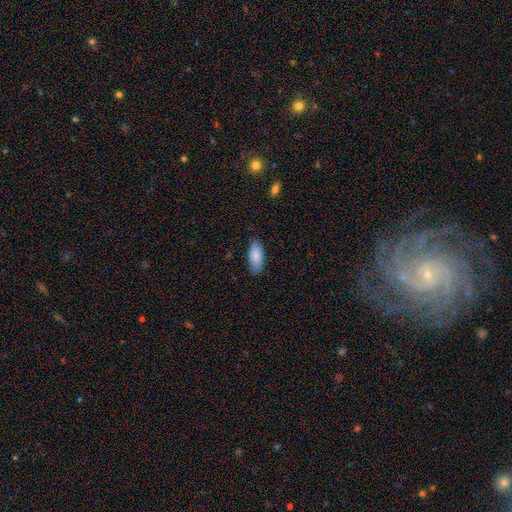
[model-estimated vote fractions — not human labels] smooth 88%, featured or disk 6%, star or artifact 6%. Down the decision tree: how rounded — in between (86%); merging — none (83%).